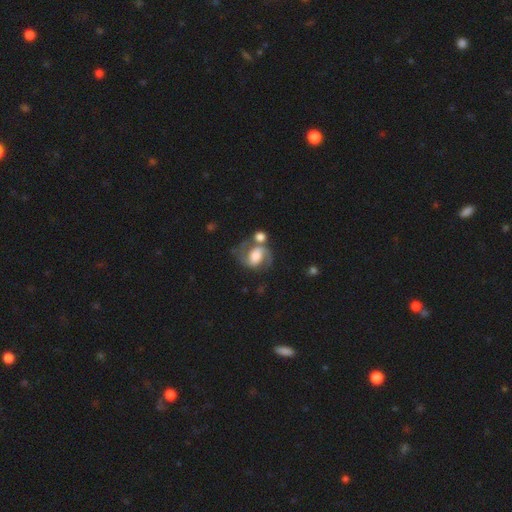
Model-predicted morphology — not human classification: Smooth or featured? featured or disk (76%)
Edge-on disk? no (98%)
Bar? weak (41%, tied with no)
Spiral arms? yes (93%)
Spiral winding? medium (54%)
Spiral arm count? 2 (89%)
Bulge size? moderate (38%)
Merging? none (49%)